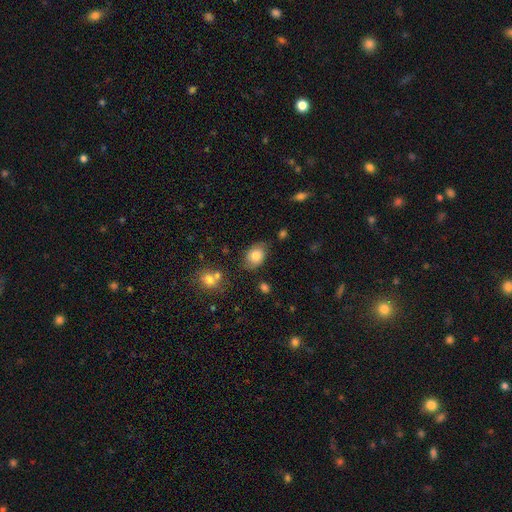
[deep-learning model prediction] Smooth or featured: smooth — 80% (featured or disk — 12%)
How rounded: in between — 71% (round — 27%)
Merging: none — 71% (minor disturbance — 21%)